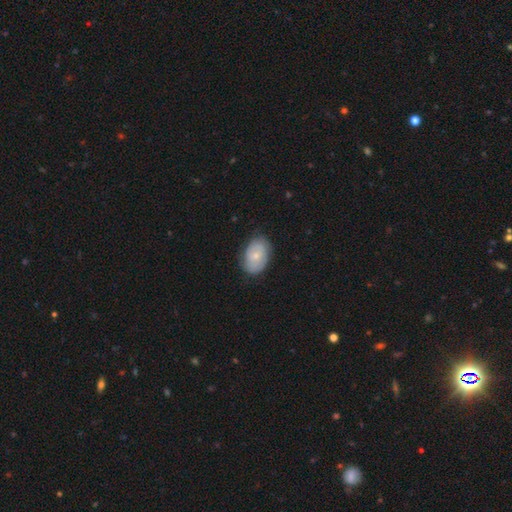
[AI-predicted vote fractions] Q: Smooth or featured?
A: smooth (52%); runner-up: featured or disk (42%)
Q: How rounded?
A: in between (84%); runner-up: round (15%)
Q: Merging?
A: none (78%); runner-up: minor disturbance (17%)